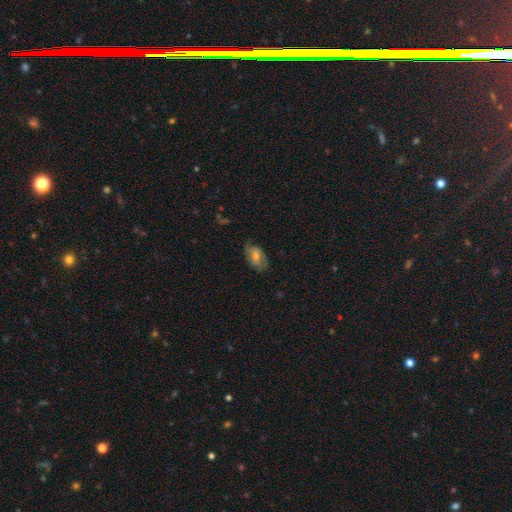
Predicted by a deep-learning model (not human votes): smooth 51%, featured or disk 39%, star or artifact 10%. Down the decision tree: how rounded — in between (88%); merging — none (72%).